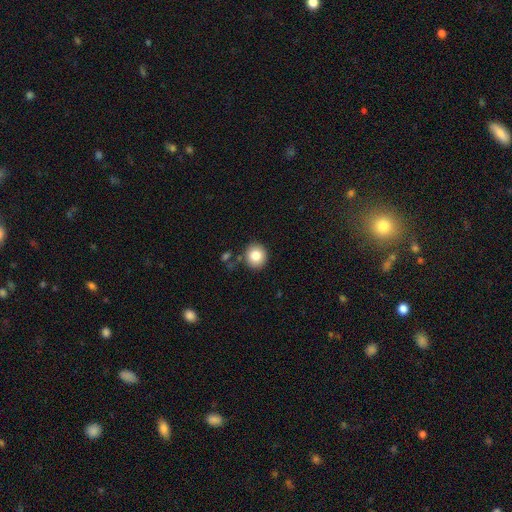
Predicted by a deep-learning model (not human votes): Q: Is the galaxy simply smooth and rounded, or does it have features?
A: smooth — 83%.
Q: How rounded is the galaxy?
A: round — 85%.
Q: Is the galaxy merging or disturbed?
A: none — 84%.